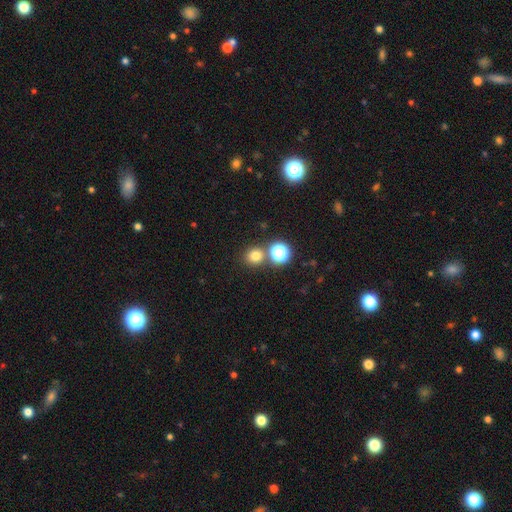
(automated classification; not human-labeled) Morphology: type=smooth (74%); roundness=round (87%); merging=none (76%).